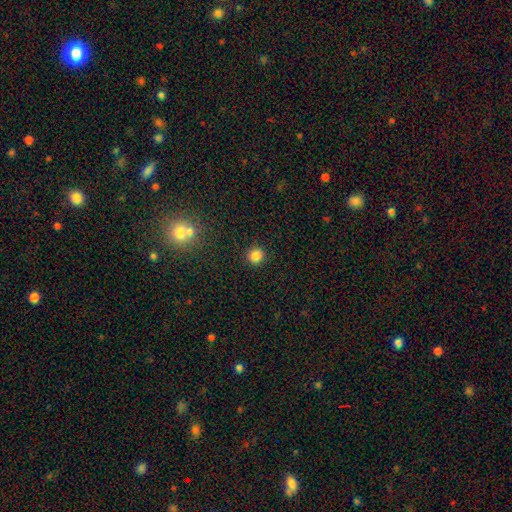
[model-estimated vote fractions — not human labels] A smooth galaxy with no disk features (84%) that is round (93%). Merging: none (91%).